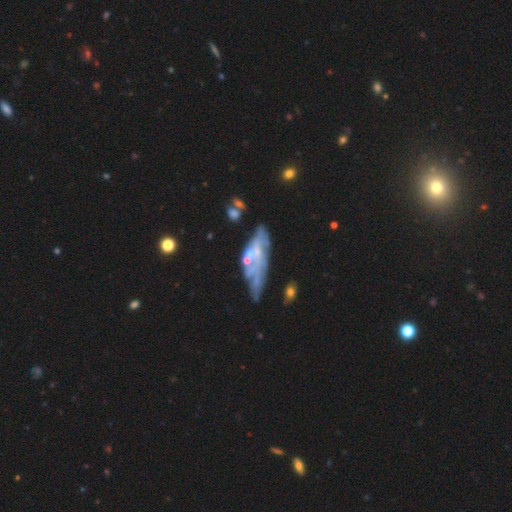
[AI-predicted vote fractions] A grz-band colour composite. It shows a featured or disk galaxy (67%) with no bar (73%), no spiral arms (52%) and a small central bulge (50%). Merging: none (42%).